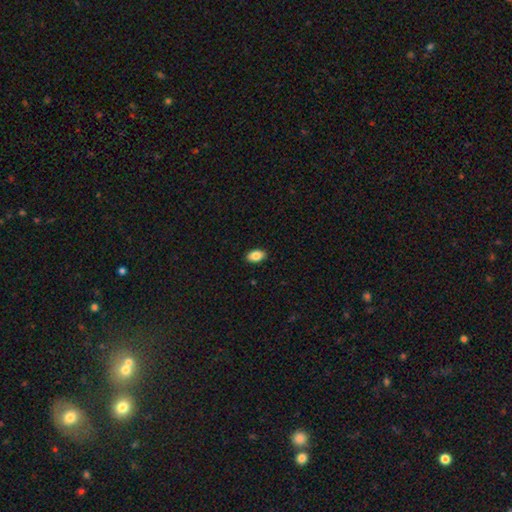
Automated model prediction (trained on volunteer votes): smooth_or_featured: smooth (p=0.87) [alt: star or artifact p=0.08]
how_rounded: in between (p=0.91) [alt: round p=0.07]
merging: none (p=0.89) [alt: minor disturbance p=0.08]